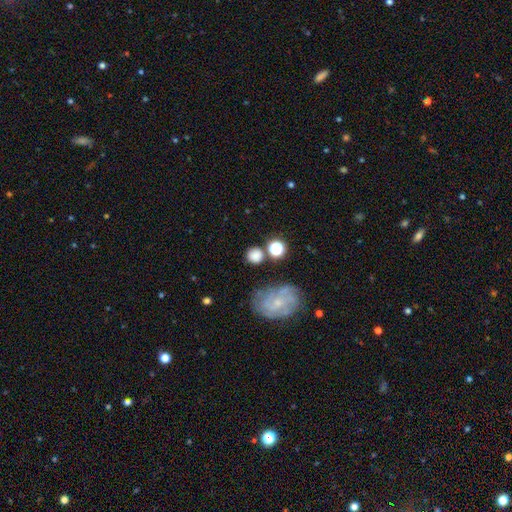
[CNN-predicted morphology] Smooth or featured: smooth — 71% (featured or disk — 16%)
How rounded: round — 83% (in between — 15%)
Merging: none — 73% (minor disturbance — 13%)